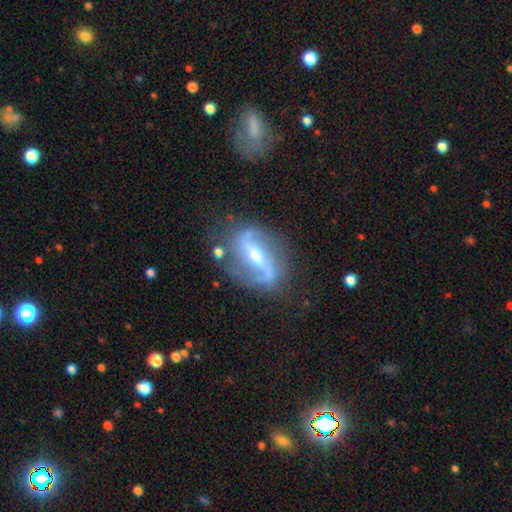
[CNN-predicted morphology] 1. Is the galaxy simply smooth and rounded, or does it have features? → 84% featured or disk, 9% smooth, 6% star or artifact.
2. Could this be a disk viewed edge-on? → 92% no, 8% yes.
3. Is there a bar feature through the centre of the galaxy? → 55% strong, 32% weak, 13% no.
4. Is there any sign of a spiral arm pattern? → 90% yes, 10% no.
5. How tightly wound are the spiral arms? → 52% loose, 35% medium, 13% tight.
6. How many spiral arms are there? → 88% 2, 5% can't tell, 3% 1, 2% 3, 1% 4, 1% more than 4.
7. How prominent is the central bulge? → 60% moderate, 30% small, 6% large, 2% none, 1% dominant.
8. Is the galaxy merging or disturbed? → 71% none, 17% minor disturbance, 8% major disturbance, 3% merger.